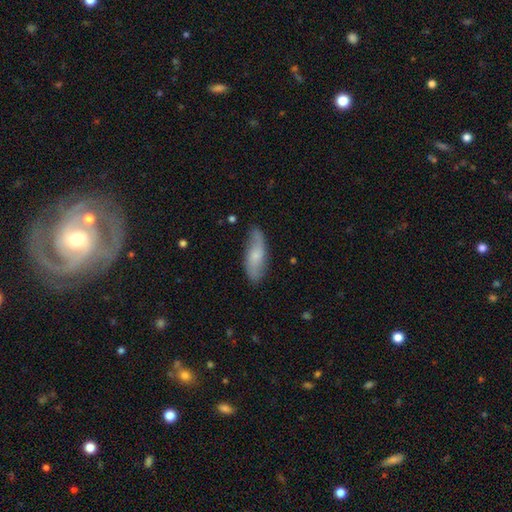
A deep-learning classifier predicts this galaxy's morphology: This appears to be a smooth galaxy with no disk features (47%). Merging: none (75%).